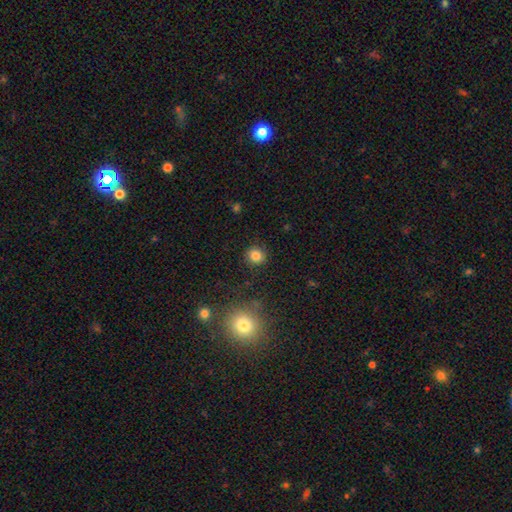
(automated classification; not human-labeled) smooth-or-featured: smooth: 83% | star or artifact: 12% | featured or disk: 5%
  how-rounded: round: 87% | in between: 12% | cigar-shaped: 1%
  merging: none: 89% | minor disturbance: 7% | major disturbance: 2% | merger: 2%